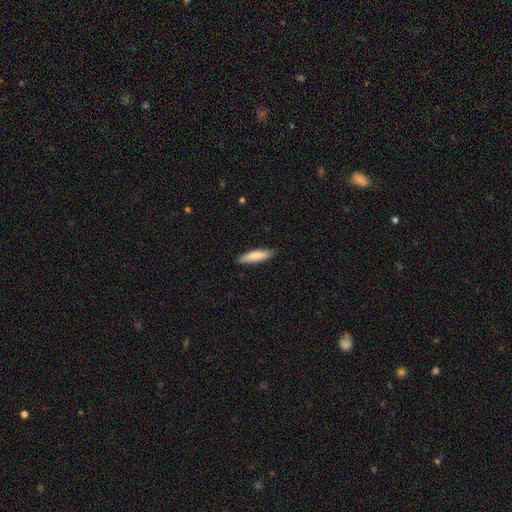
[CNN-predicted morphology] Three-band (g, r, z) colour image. It shows a smooth galaxy with no disk features (83%) that is cigar-shaped (74%). Merging: none (87%).